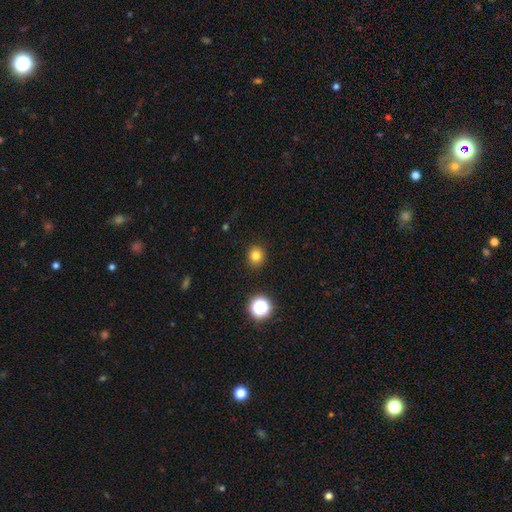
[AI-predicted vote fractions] Overall: smooth (80%). How rounded: round (85%). Merging: none (90%).